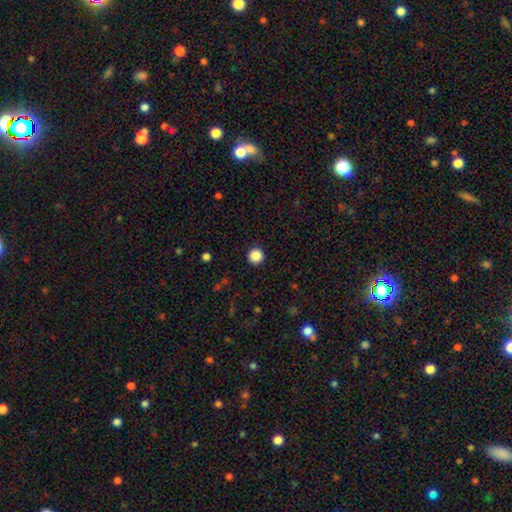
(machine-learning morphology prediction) type=smooth (87%); roundness=round (96%); merging=none (93%).